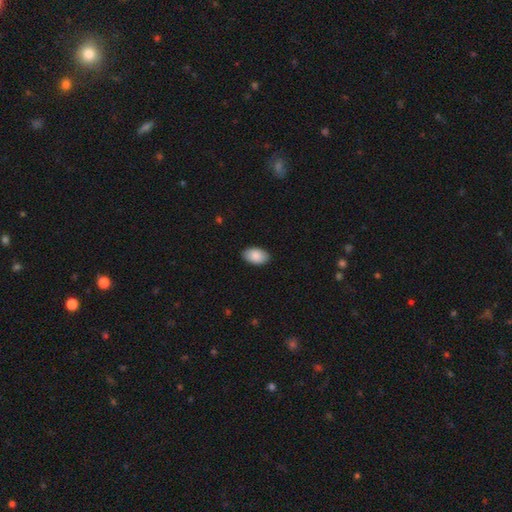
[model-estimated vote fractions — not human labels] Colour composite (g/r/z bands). It shows a smooth galaxy with no disk features (89%) that is in between round and cigar-shaped (94%). Merging: none (89%).